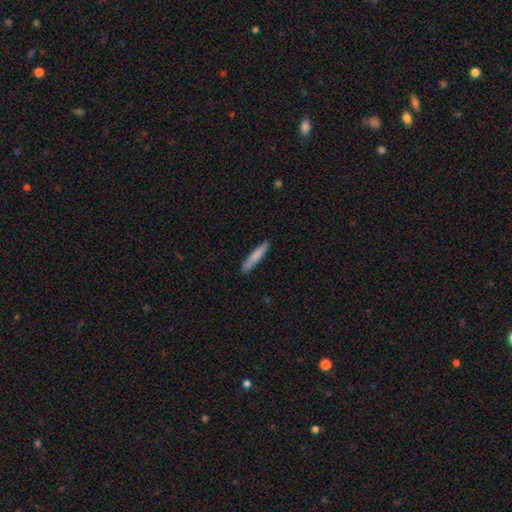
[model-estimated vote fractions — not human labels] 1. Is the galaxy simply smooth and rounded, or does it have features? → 80% smooth, 14% featured or disk, 6% star or artifact.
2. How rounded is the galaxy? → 92% cigar-shaped, 7% in between, 1% round.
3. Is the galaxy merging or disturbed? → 87% none, 10% minor disturbance, 2% major disturbance, 1% merger.